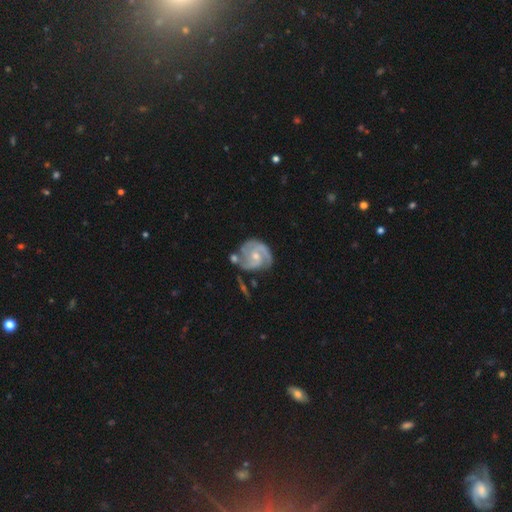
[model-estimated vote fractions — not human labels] Smooth or featured?
  - featured or disk: 87% *
  - smooth: 8%
  - star or artifact: 4%
Edge-on disk?
  - no: 98% *
  - yes: 2%
Bar?
  - no: 57% *
  - weak: 36%
  - strong: 7%
Spiral arms?
  - yes: 97% *
  - no: 3%
Spiral winding?
  - medium: 46% *
  - tight: 42%
  - loose: 12%
Spiral arm count?
  - 2: 49% *
  - 3: 32%
  - can't tell: 9%
  - 1: 4%
  - 4: 4%
  - more than 4: 3%
Bulge size?
  - small: 52% *
  - moderate: 44%
  - none: 2%
  - large: 1%
  - dominant: 1%
Merging?
  - none: 53% *
  - minor disturbance: 23%
  - merger: 14%
  - major disturbance: 10%